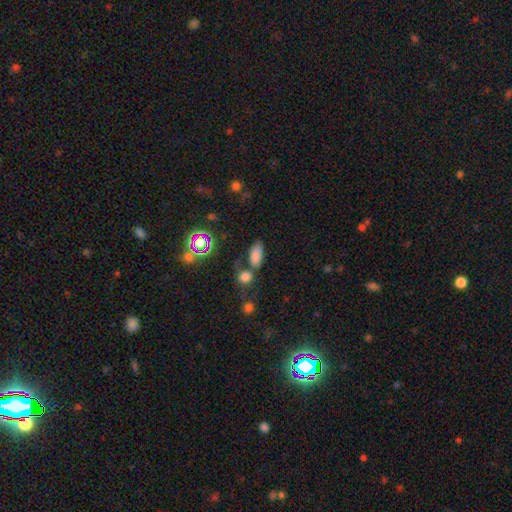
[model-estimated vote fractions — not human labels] Smooth or featured? smooth (75%)
How rounded? in between (85%)
Merging? none (54%)